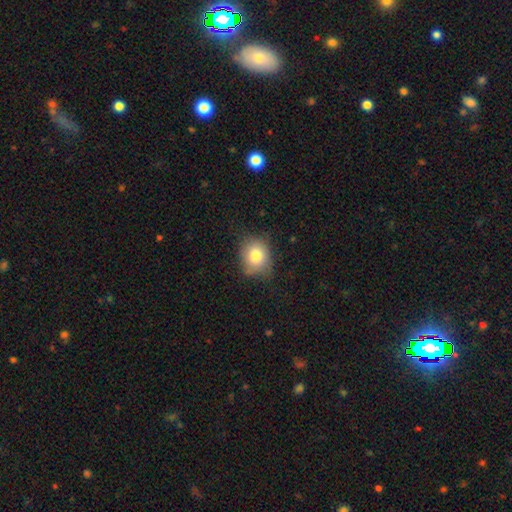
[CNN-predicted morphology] type=smooth (79%); roundness=round (65%); merging=none (67%).